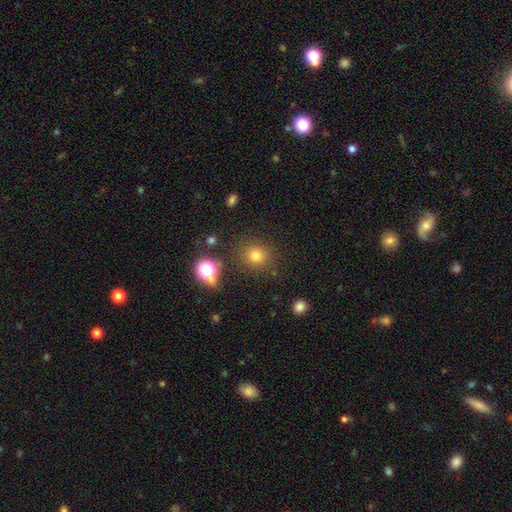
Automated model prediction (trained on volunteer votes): Overall: smooth (73%). How rounded: round (86%). Merging: none (85%).